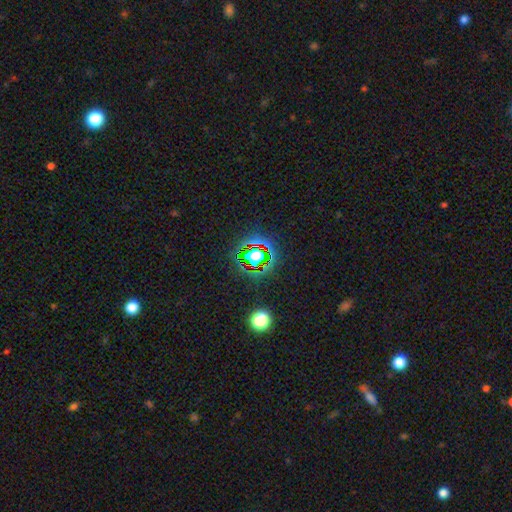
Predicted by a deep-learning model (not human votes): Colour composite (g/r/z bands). It shows a star or artifact, not a galaxy (66%).